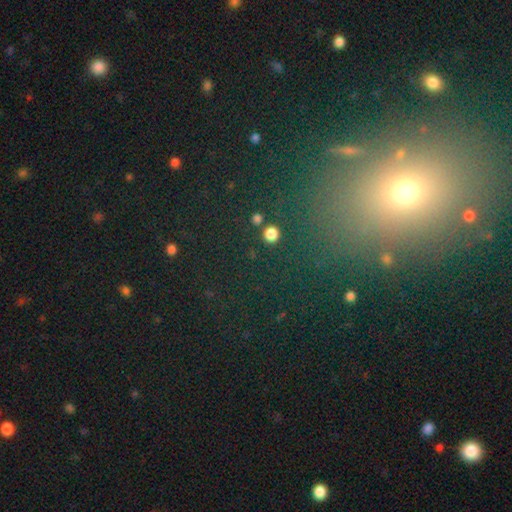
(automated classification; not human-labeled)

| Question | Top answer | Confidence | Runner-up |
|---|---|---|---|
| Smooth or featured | smooth | 49% | star or artifact (40%) |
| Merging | none | 84% | minor disturbance (8%) |